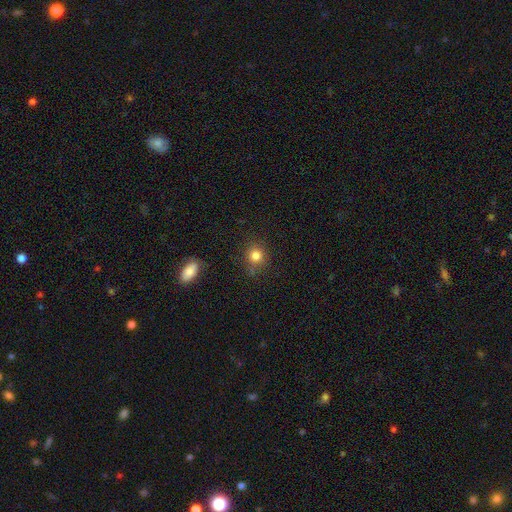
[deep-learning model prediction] A smooth galaxy with no disk features (82%) that is round (84%).

Vote fractions:
- Smooth or featured? smooth: 82% / star or artifact: 12% / featured or disk: 6%
- How rounded? round: 84% / in between: 15% / cigar-shaped: 1%
- Merging? none: 78% / minor disturbance: 14% / major disturbance: 4% / merger: 4%